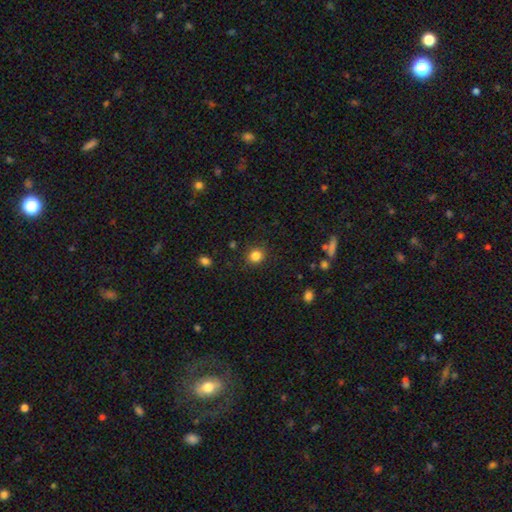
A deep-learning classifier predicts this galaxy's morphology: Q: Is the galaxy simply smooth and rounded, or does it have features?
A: smooth — 84%.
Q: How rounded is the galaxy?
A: round — 85%.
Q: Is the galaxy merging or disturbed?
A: none — 88%.